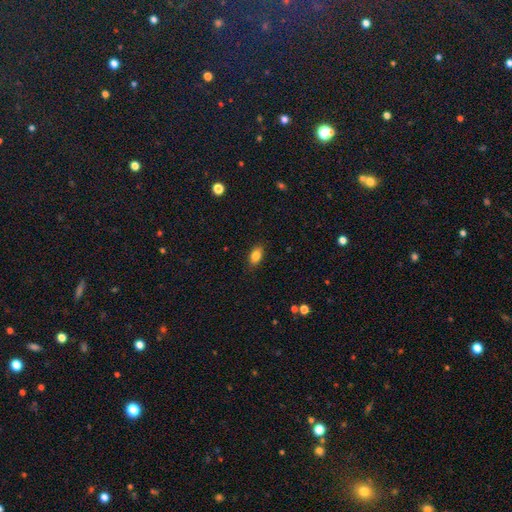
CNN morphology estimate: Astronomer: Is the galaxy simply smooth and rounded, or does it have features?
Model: smooth — 84%.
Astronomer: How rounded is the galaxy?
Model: in between — 88%.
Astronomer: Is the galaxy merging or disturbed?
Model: none — 87%.